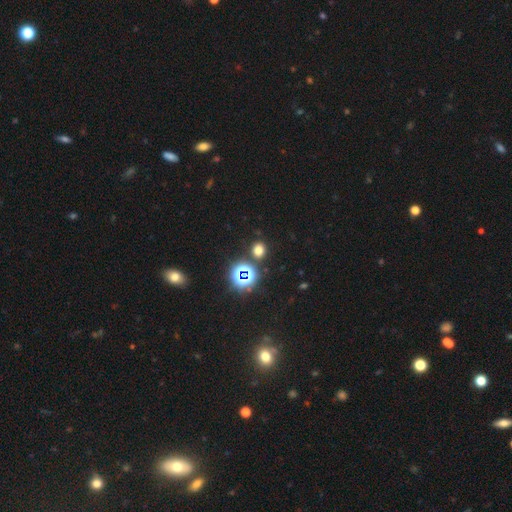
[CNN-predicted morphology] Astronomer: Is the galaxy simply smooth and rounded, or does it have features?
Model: star or artifact — 76%.